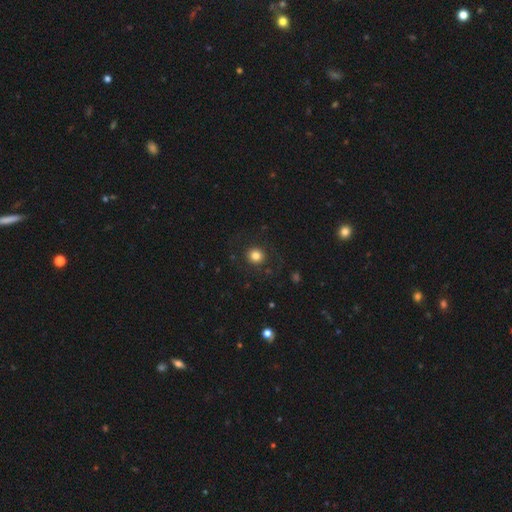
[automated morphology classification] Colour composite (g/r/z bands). It shows a smooth galaxy with no disk features (81%) that is round (90%). Merging: none (87%).